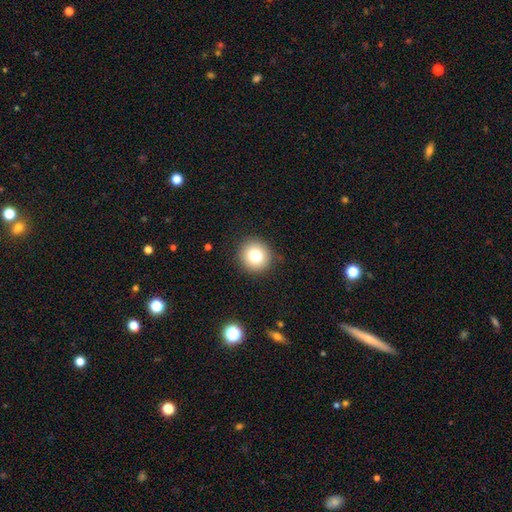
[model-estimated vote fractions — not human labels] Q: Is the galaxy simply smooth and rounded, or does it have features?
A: smooth — 81%.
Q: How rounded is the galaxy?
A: round — 92%.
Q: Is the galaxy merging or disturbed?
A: none — 90%.